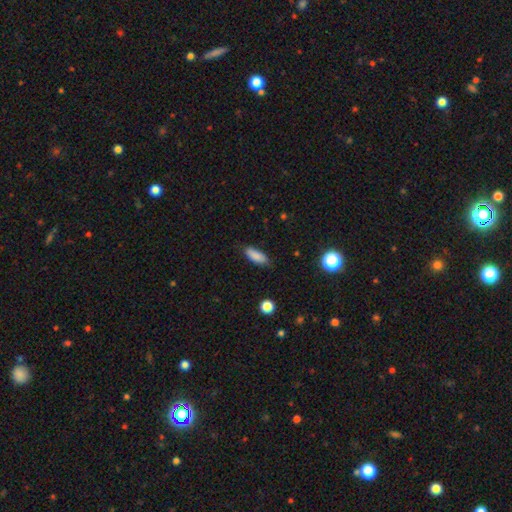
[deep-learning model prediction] The model was most divided on "how rounded": in between: 70%, cigar-shaped: 28%, round: 2%. More confident: smooth or featured — smooth (86%); merging — none (81%).